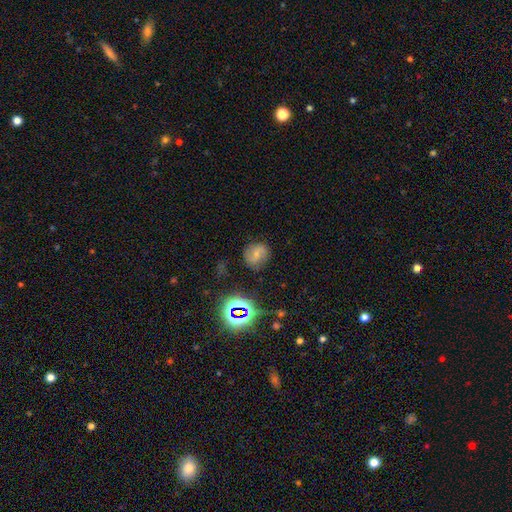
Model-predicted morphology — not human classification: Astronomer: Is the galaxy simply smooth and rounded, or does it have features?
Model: smooth — 54%.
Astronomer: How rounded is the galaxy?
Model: round — 74%.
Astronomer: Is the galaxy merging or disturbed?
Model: none — 76%.